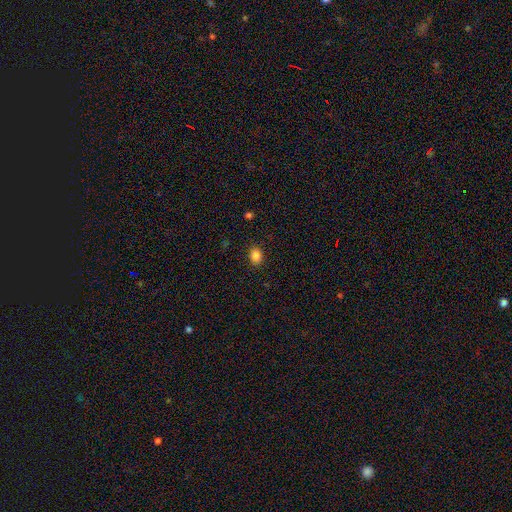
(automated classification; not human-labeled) Morphology: type=smooth (86%); roundness=in between (64%); merging=none (88%).